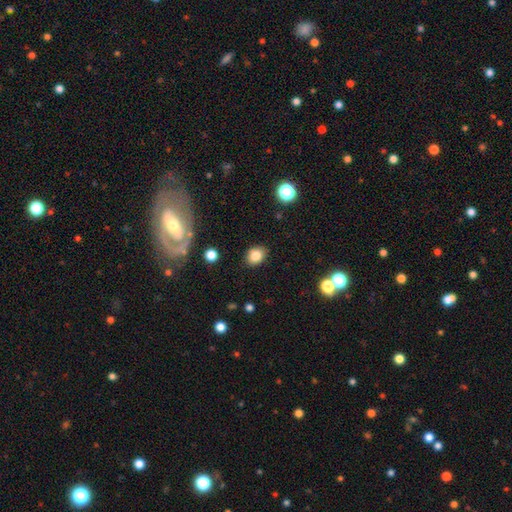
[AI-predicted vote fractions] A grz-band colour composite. It shows a smooth galaxy with no disk features (82%) that is in between round and cigar-shaped (53%). Merging: none (86%).